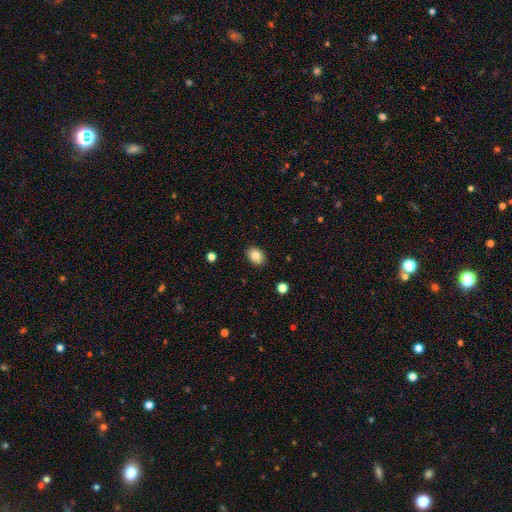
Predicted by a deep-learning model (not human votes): A smooth galaxy with no disk features (84%) that is in between round and cigar-shaped (62%).

Vote fractions:
- Smooth or featured? smooth: 84% / star or artifact: 9% / featured or disk: 7%
- How rounded? in between: 62% / round: 37% / cigar-shaped: 1%
- Merging? none: 89% / minor disturbance: 8% / major disturbance: 2% / merger: 1%